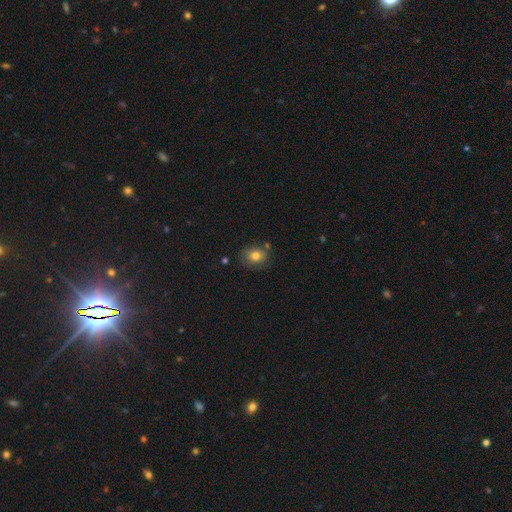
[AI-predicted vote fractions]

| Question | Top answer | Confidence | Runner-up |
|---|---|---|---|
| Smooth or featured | smooth | 79% | star or artifact (11%) |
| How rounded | round | 56% | in between (43%) |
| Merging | none | 73% | minor disturbance (17%) |